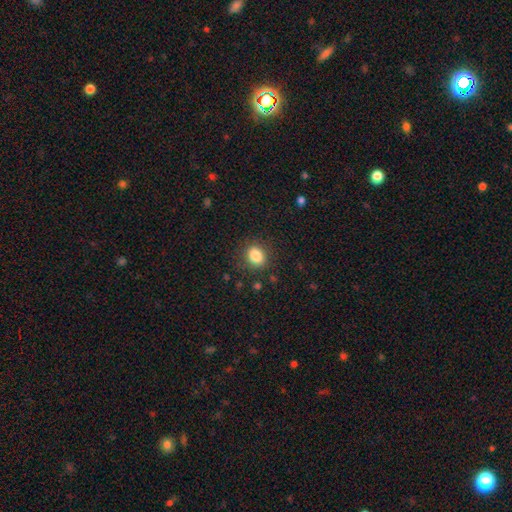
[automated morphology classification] Smooth or featured? Predicted: smooth (p=0.85). How rounded? Predicted: round (p=0.50). Merging? Predicted: none (p=0.85).